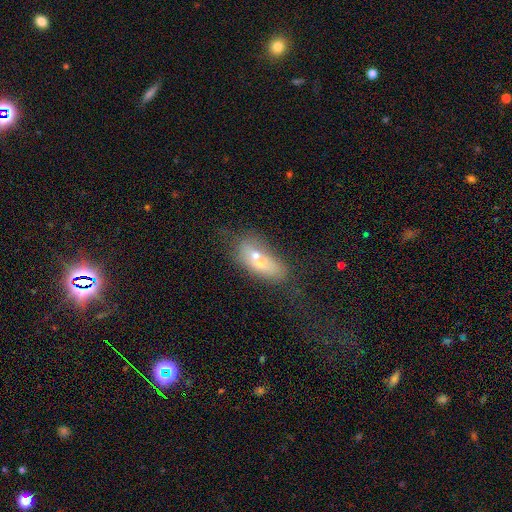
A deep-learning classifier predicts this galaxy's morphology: Smooth or featured? Predicted: smooth (p=0.55). How rounded? Predicted: in between (p=0.75). Merging? Predicted: merger (p=0.61).